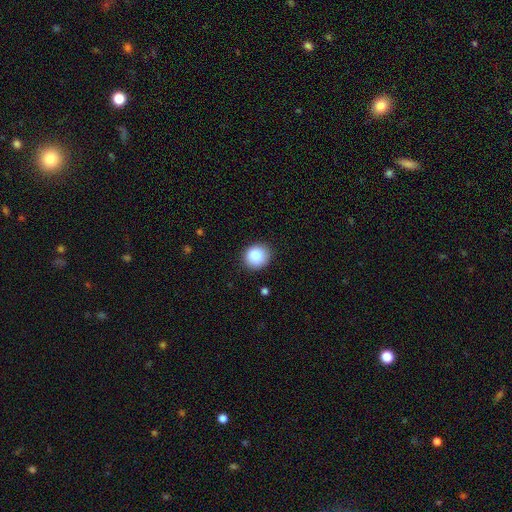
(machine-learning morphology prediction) Smooth or featured: smooth — 87% (star or artifact — 9%)
How rounded: round — 82% (in between — 17%)
Merging: none — 87% (minor disturbance — 9%)